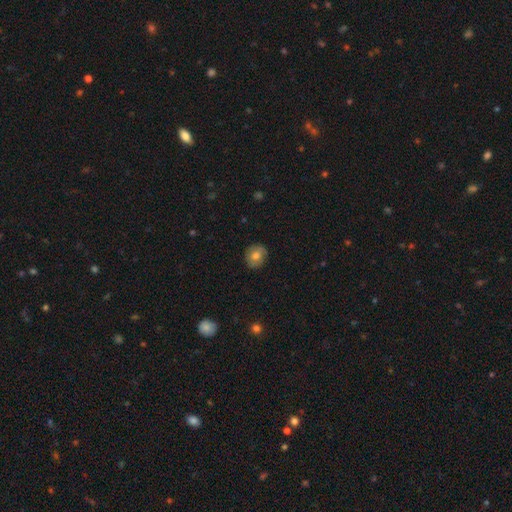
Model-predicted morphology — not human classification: Overall: smooth (73%). How rounded: round (69%; in between 30%). Merging: none (85%).